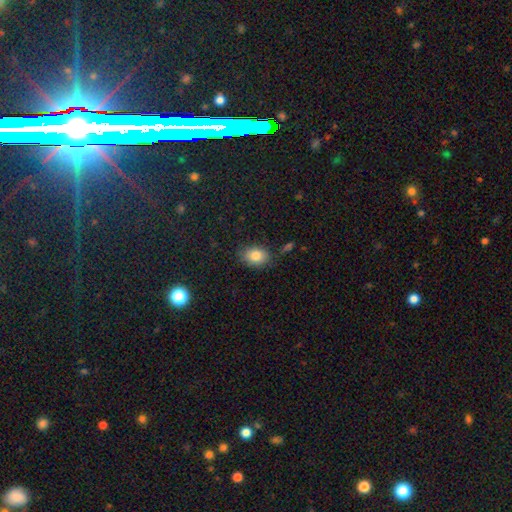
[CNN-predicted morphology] Smooth or featured?
  - smooth: 82% *
  - star or artifact: 9%
  - featured or disk: 8%
How rounded?
  - in between: 72% *
  - round: 27%
  - cigar-shaped: 1%
Merging?
  - none: 79% *
  - minor disturbance: 15%
  - major disturbance: 3%
  - merger: 3%